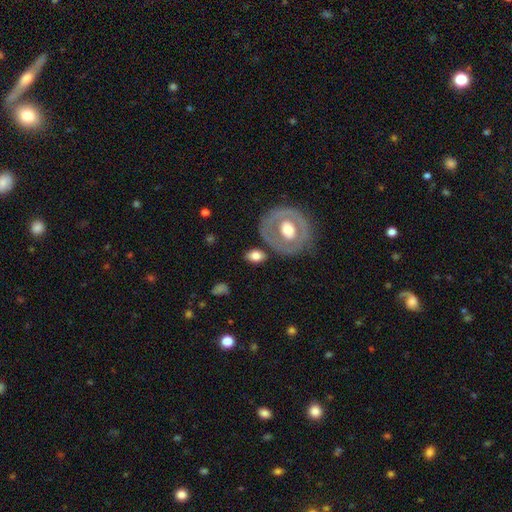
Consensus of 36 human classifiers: Volunteers were most divided on "smooth or featured": smooth: 75%, featured or disk: 25%, star or artifact: 0%. More confident: how rounded — in between (78%); merging — none (72%).